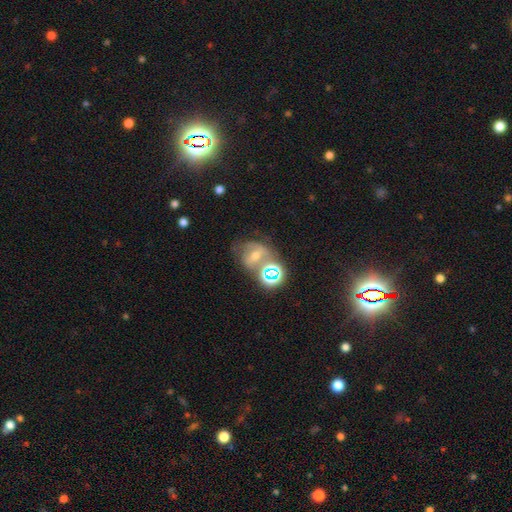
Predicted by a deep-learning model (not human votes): Smooth or featured? featured or disk (45%)
Merging? none (44%)